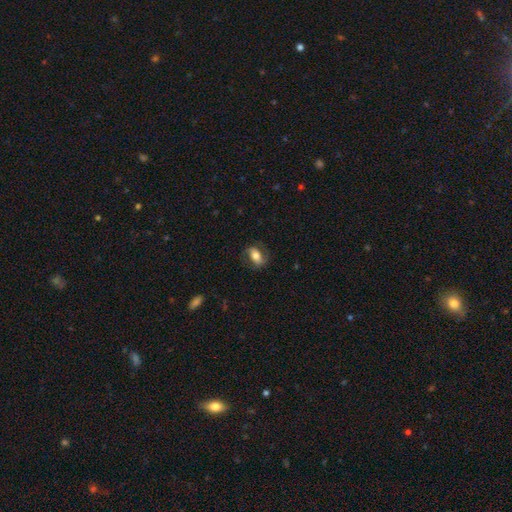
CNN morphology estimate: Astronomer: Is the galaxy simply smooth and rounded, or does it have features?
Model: smooth — 49% (runner-up: featured or disk, 44%).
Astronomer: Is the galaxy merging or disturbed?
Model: none — 70%.